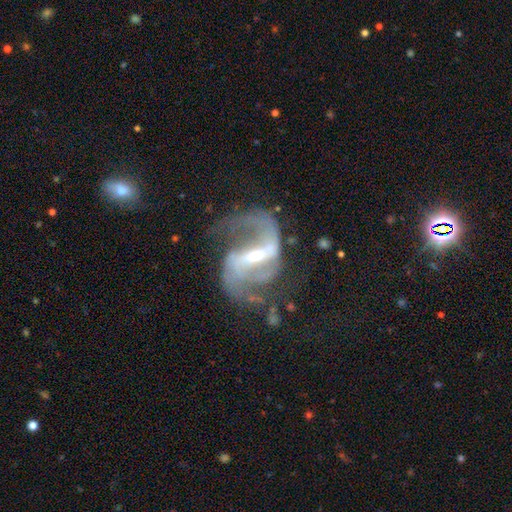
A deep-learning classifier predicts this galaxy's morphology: Smooth or featured? Predicted: featured or disk (p=0.91). Edge-on disk? Predicted: no (p=0.97). Bar? Predicted: strong (p=0.64). Spiral arms? Predicted: yes (p=0.98). Spiral winding? Predicted: medium (p=0.50). Spiral arm count? Predicted: 2 (p=0.86). Bulge size? Predicted: small (p=0.54). Merging? Predicted: none (p=0.63).